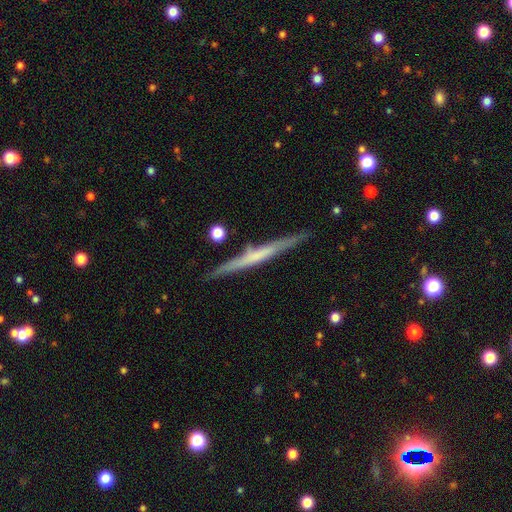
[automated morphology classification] A featured or disk galaxy (60%) viewed edge-on (97%) with no central bulge (70%).

Vote fractions:
- Smooth or featured? featured or disk: 60% / smooth: 35% / star or artifact: 6%
- Edge-on disk? yes: 97% / no: 3%
- Edge-on bulge? none: 70% / rounded: 17% / boxy: 13%
- Merging? none: 87% / minor disturbance: 9% / merger: 2% / major disturbance: 2%